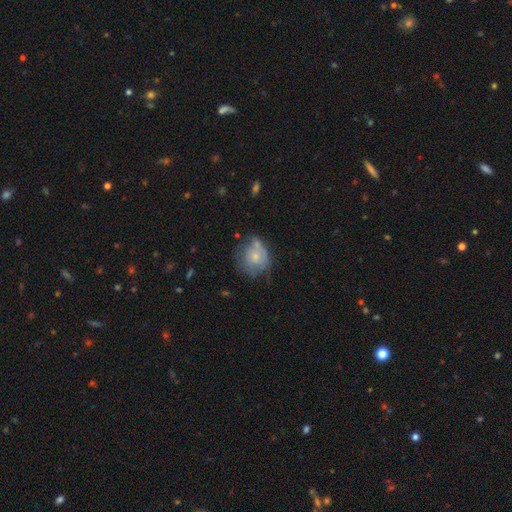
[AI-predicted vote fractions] A smooth galaxy with no disk features (60%) that is round (78%).

Vote fractions:
- Smooth or featured? smooth: 60% / featured or disk: 33% / star or artifact: 8%
- How rounded? round: 78% / in between: 21% / cigar-shaped: 1%
- Merging? none: 44% / minor disturbance: 31% / major disturbance: 14% / merger: 11%